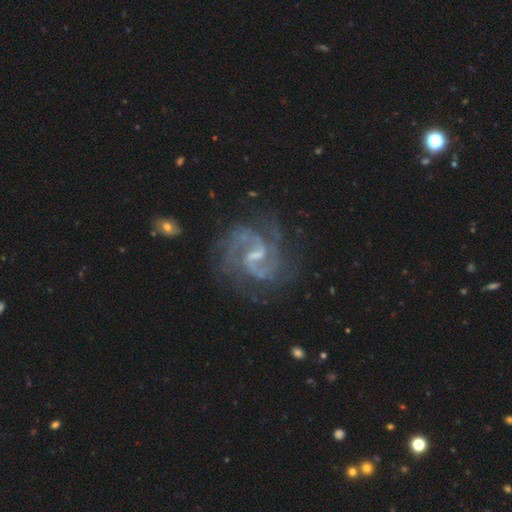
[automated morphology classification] smooth_or_featured: featured or disk (p=0.92) [alt: star or artifact p=0.05]
disk_edge_on: no (p=0.98) [alt: yes p=0.02]
bar: weak (p=0.62) [alt: strong p=0.24]
has_spiral_arms: yes (p=0.98) [alt: no p=0.02]
spiral_winding: medium (p=0.60) [alt: loose p=0.20]
spiral_arm_count: 2 (p=0.83) [alt: 3 p=0.05]
bulge_size: small (p=0.47) [alt: none p=0.27]
merging: none (p=0.70) [alt: minor disturbance p=0.17]